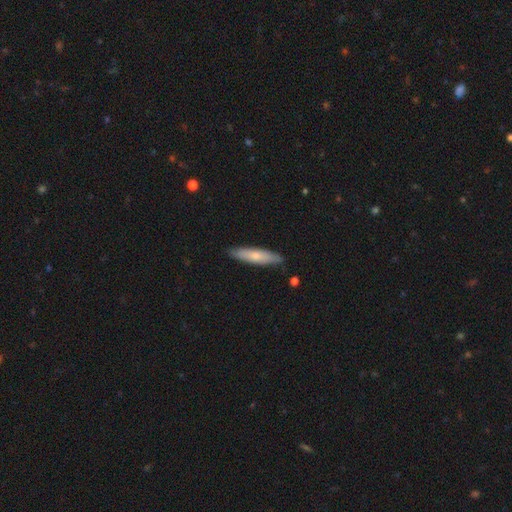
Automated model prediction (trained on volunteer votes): Morphology: type=smooth (66%); roundness=cigar-shaped (79%); merging=none (87%).